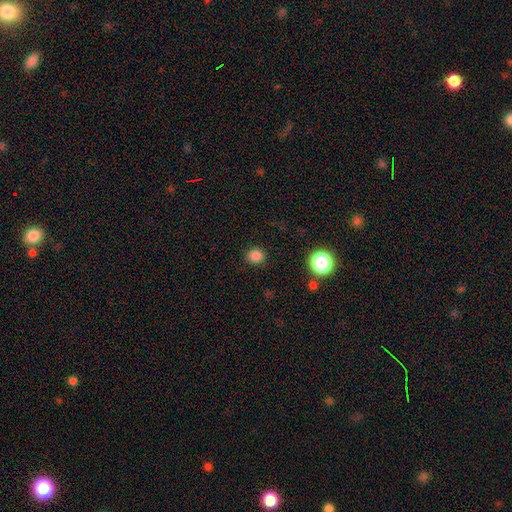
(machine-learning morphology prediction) Q: Smooth or featured?
A: smooth (83%); runner-up: star or artifact (13%)
Q: How rounded?
A: round (83%); runner-up: in between (16%)
Q: Merging?
A: none (88%); runner-up: minor disturbance (8%)